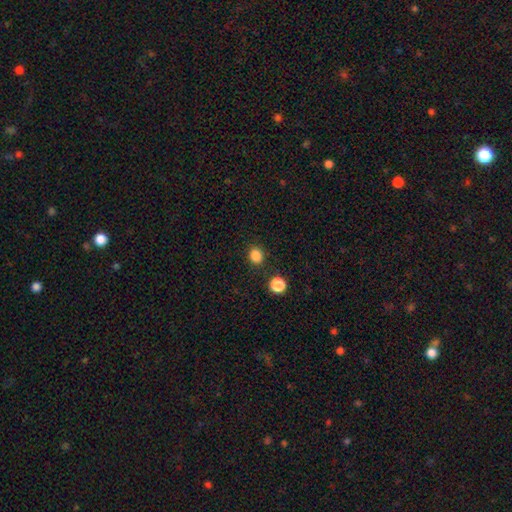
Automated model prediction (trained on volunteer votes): This appears to be a smooth galaxy with no disk features (85%) that is round (72%). Merging: none (85%).